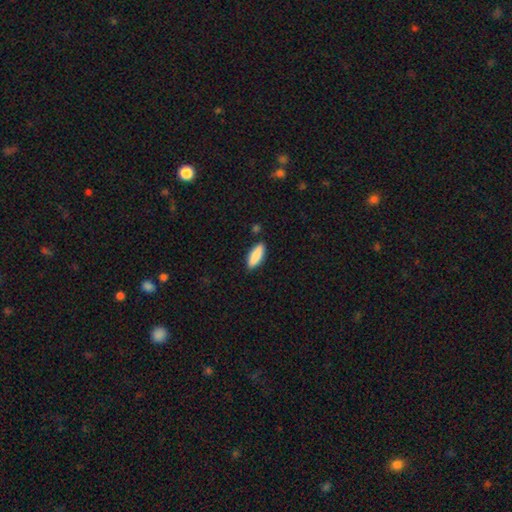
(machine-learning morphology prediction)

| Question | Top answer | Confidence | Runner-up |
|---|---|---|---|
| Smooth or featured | smooth | 88% | featured or disk (6%) |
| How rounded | in between | 66% | cigar-shaped (32%) |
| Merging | none | 85% | minor disturbance (11%) |